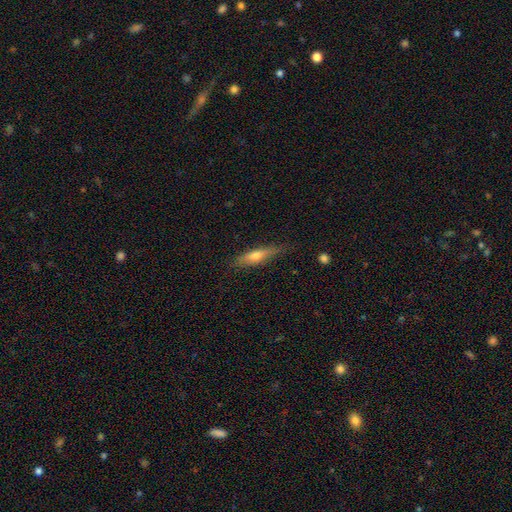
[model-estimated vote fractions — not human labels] smooth 48%, featured or disk 45%, star or artifact 7%. Down the decision tree: merging — none (77%).